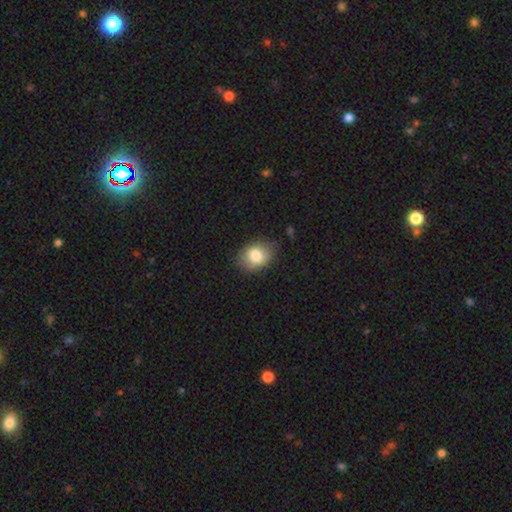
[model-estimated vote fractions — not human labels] A smooth galaxy with no disk features (81%) that is in between round and cigar-shaped (63%). Merging: none (75%).